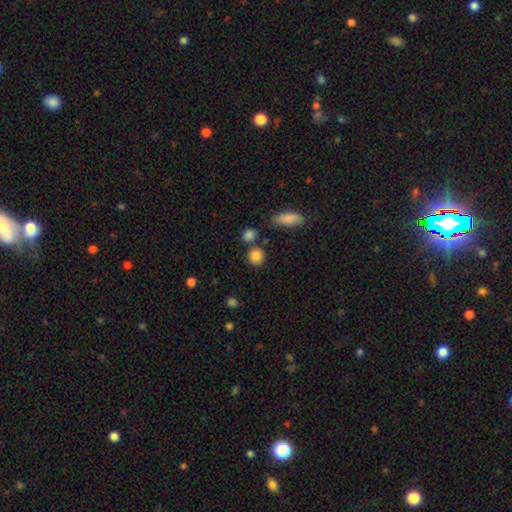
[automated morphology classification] Smooth or featured? Predicted: smooth (p=0.86). How rounded? Predicted: round (p=0.84). Merging? Predicted: none (p=0.75).